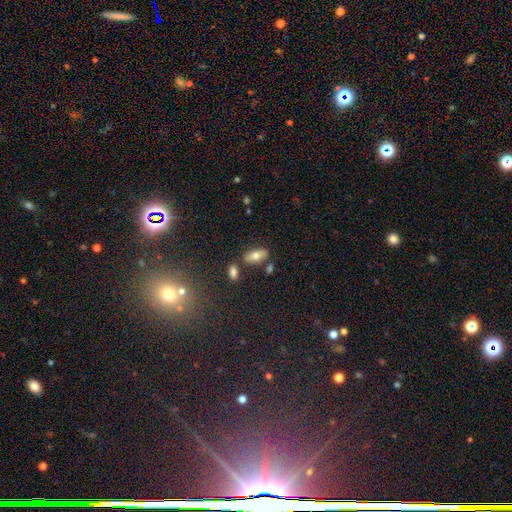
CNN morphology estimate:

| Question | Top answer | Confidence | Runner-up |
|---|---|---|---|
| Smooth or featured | smooth | 68% | featured or disk (23%) |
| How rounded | in between | 80% | cigar-shaped (16%) |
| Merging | none | 76% | minor disturbance (11%) |